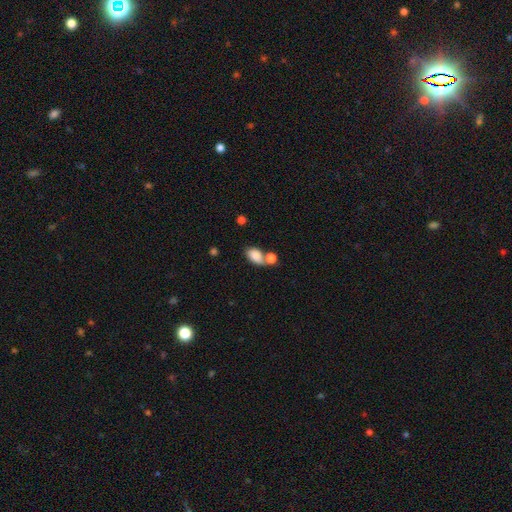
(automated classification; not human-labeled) Morphology: type=smooth (83%); roundness=in between (87%); merging=merger (42%).